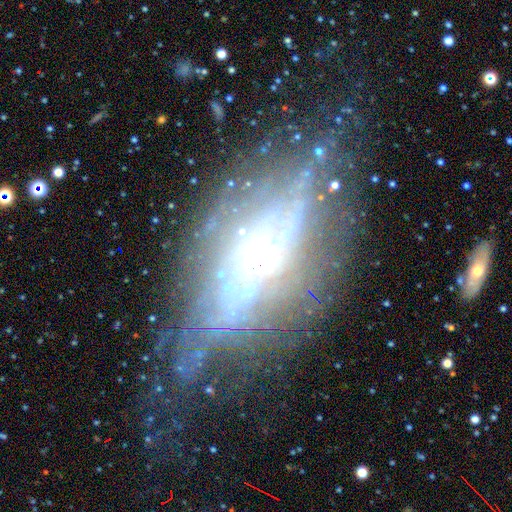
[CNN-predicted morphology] Smooth or featured?
  - featured or disk: 68% *
  - smooth: 18%
  - star or artifact: 14%
Edge-on disk?
  - no: 63% *
  - yes: 37%
Merging?
  - none: 58% *
  - minor disturbance: 22%
  - major disturbance: 17%
  - merger: 4%